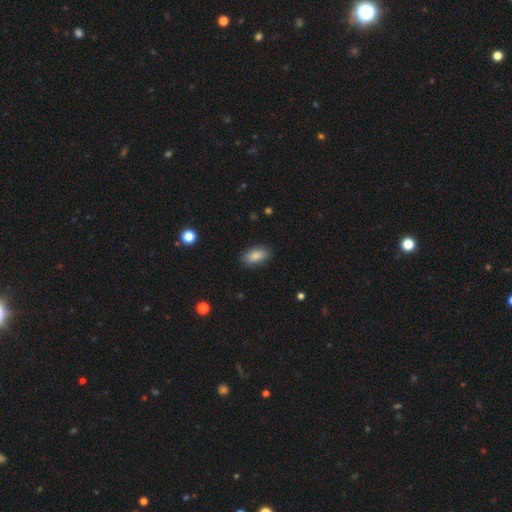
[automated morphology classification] A smooth galaxy with no disk features (85%) that is in between round and cigar-shaped (90%). Merging: none (85%).